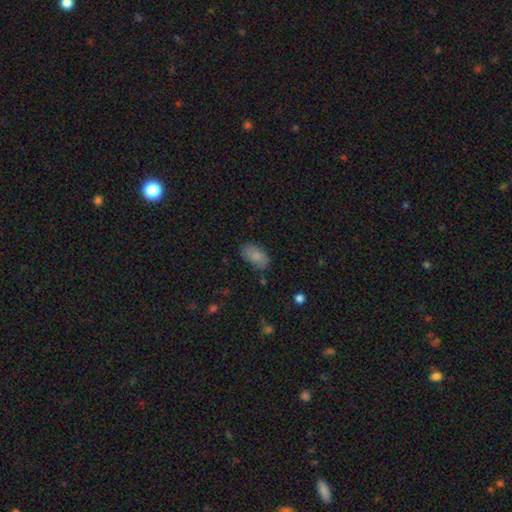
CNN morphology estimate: Smooth or featured? smooth (85%)
How rounded? in between (93%)
Merging? none (75%)